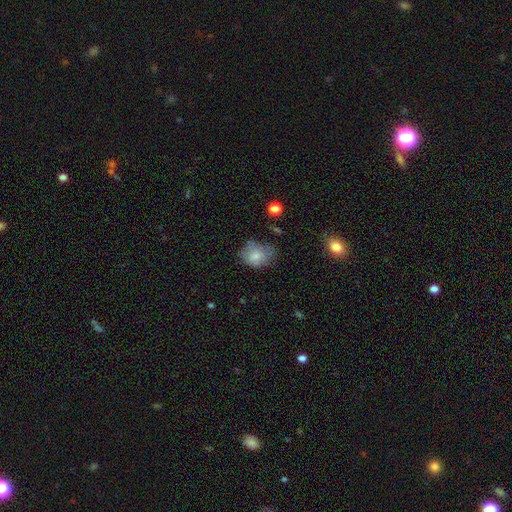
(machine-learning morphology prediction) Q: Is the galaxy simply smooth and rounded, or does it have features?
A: smooth — 74%.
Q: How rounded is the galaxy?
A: in between — 51%.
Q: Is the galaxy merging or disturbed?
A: none — 42%.